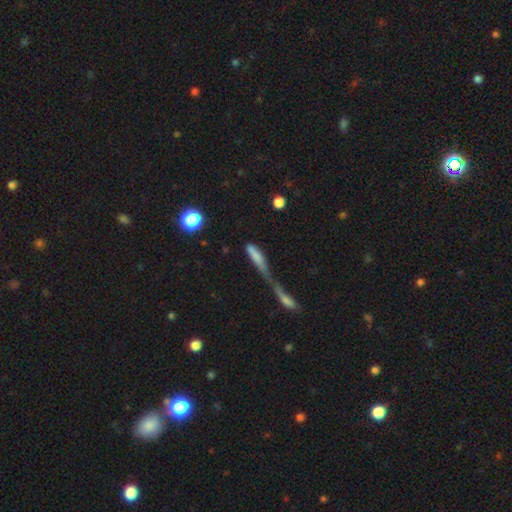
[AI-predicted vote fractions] Smooth or featured: smooth — 69% (featured or disk — 21%)
How rounded: cigar-shaped — 68% (in between — 28%)
Merging: merger — 62% (major disturbance — 15%)